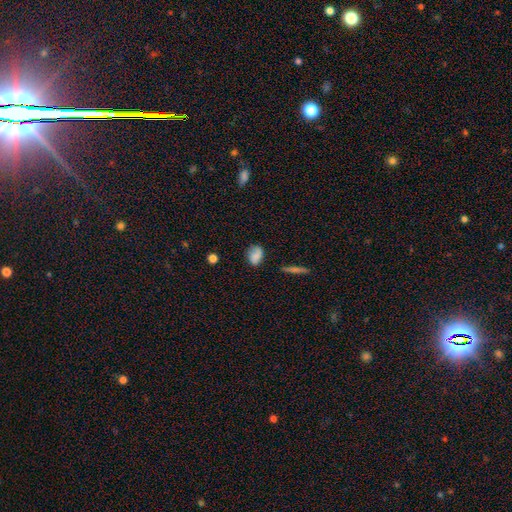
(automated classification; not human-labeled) Smooth or featured? smooth (73%)
How rounded? in between (65%)
Merging? none (67%)